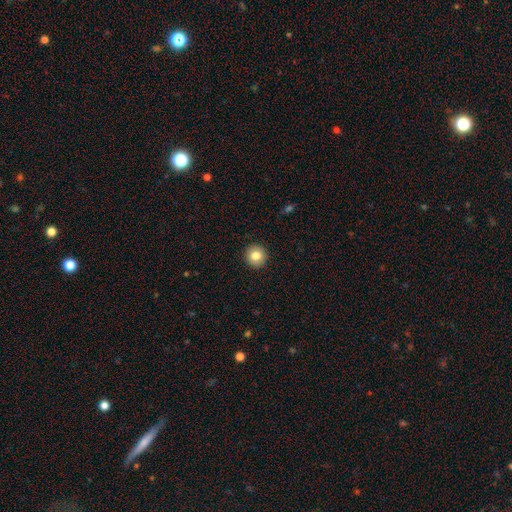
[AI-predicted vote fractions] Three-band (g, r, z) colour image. It shows a smooth galaxy with no disk features (82%) that is round (94%). Merging: none (93%).